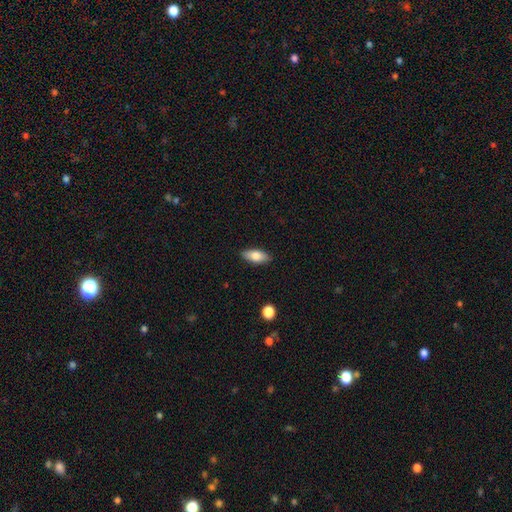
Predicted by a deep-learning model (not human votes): Smooth or featured?
  - smooth: 78% *
  - featured or disk: 15%
  - star or artifact: 7%
How rounded?
  - in between: 84% *
  - cigar-shaped: 14%
  - round: 3%
Merging?
  - none: 88% *
  - minor disturbance: 9%
  - major disturbance: 2%
  - merger: 1%